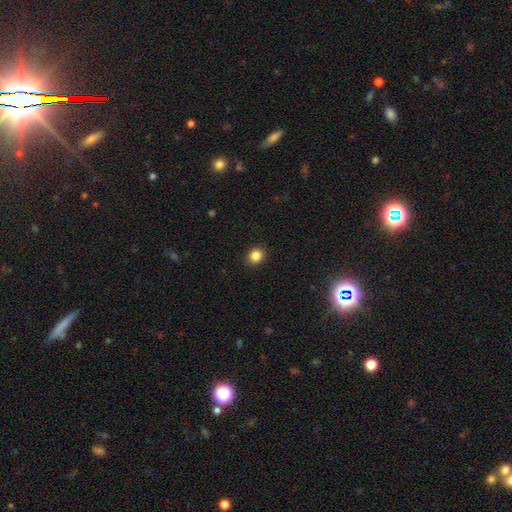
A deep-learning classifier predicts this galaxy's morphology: Q: Smooth or featured?
A: smooth (86%); runner-up: star or artifact (10%)
Q: How rounded?
A: round (79%); runner-up: in between (20%)
Q: Merging?
A: none (91%); runner-up: minor disturbance (6%)